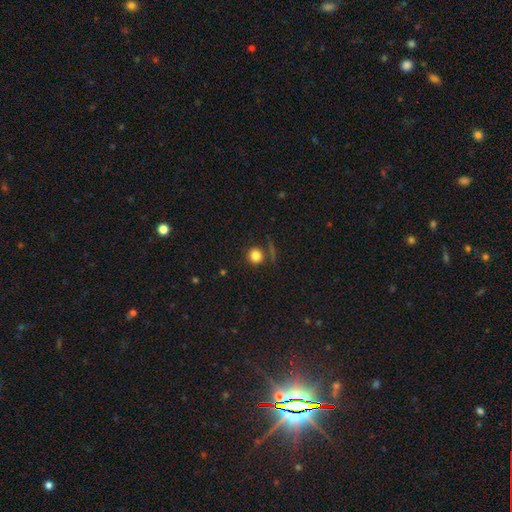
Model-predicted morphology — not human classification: Q: Smooth or featured?
A: smooth (82%); runner-up: star or artifact (12%)
Q: How rounded?
A: round (90%); runner-up: in between (9%)
Q: Merging?
A: none (78%); runner-up: minor disturbance (10%)